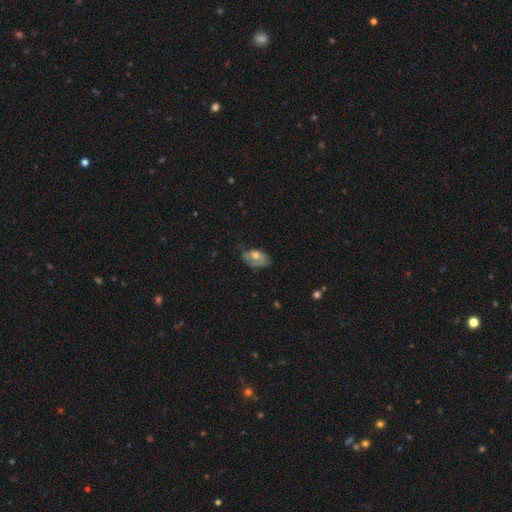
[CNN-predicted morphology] Smooth or featured? smooth (56%)
How rounded? in between (90%)
Merging? none (46%)